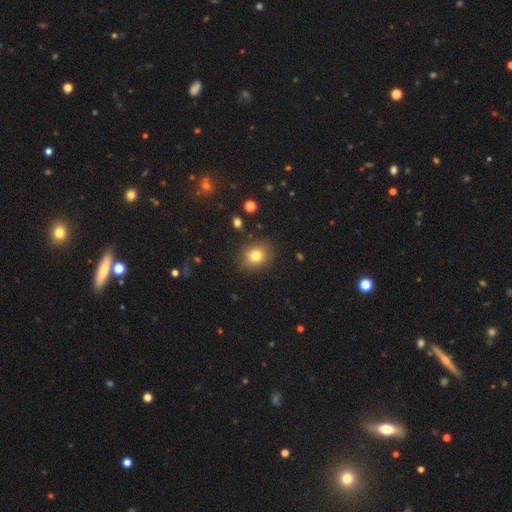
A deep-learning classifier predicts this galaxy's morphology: Smooth or featured? smooth (78%)
How rounded? round (67%)
Merging? none (86%)